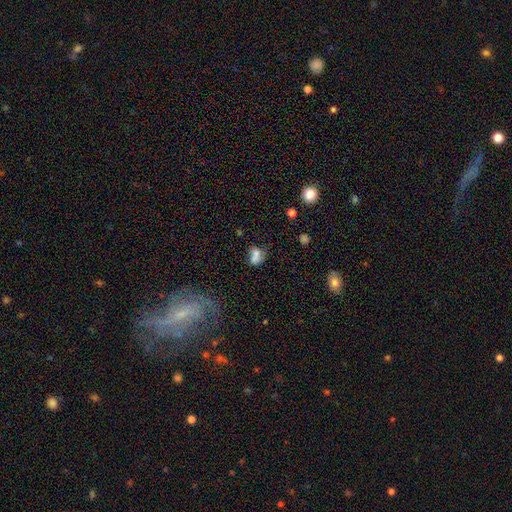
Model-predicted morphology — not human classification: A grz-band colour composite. It shows a smooth galaxy with no disk features (71%) that is in between round and cigar-shaped (66%). Merging: merger (41%).